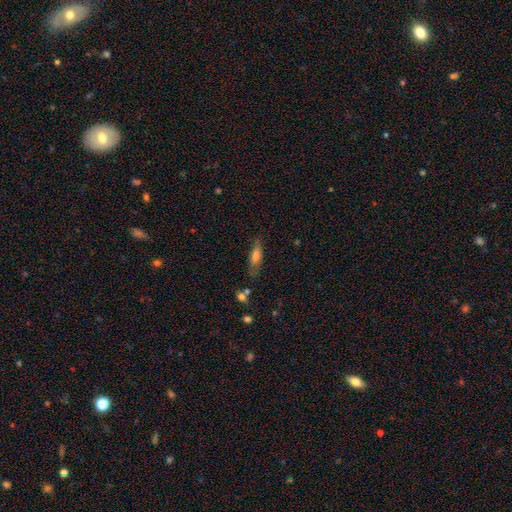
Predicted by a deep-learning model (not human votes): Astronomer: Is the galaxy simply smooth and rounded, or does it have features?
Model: smooth — 67%.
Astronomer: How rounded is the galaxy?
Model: cigar-shaped — 52% (runner-up: in between, 45%).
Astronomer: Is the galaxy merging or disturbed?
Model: none — 71%.